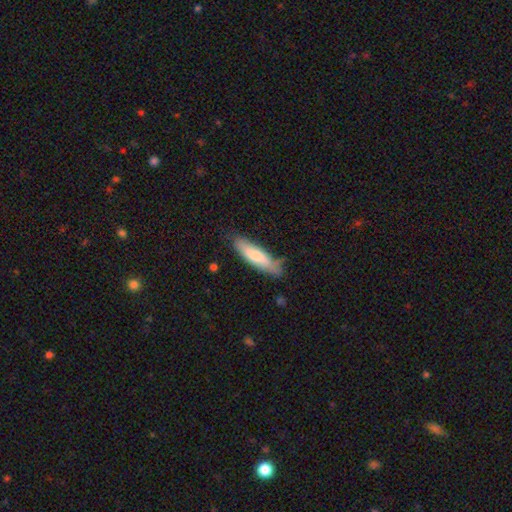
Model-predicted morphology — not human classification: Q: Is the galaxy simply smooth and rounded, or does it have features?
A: smooth — 73%.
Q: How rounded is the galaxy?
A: cigar-shaped — 65%.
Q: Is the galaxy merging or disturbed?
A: none — 69%.